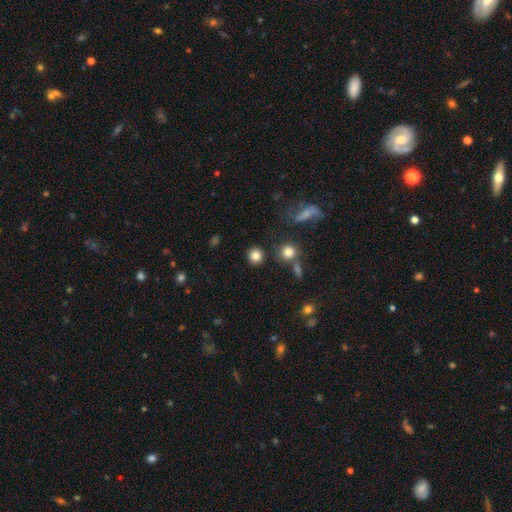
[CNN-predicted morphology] This is clearly a smooth galaxy (83%). How rounded: clearly round (90%). Merging: clearly none (86%).